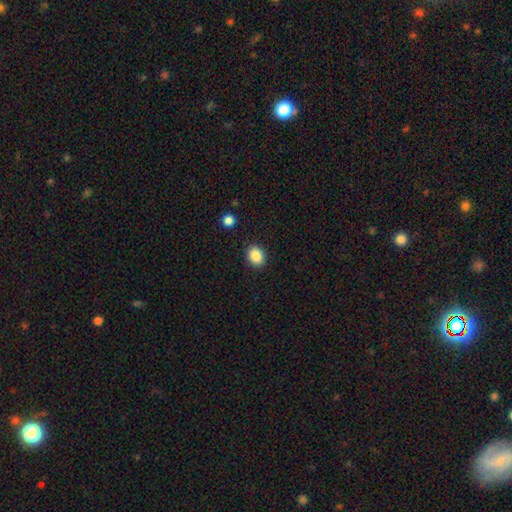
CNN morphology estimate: Q: Smooth or featured?
A: smooth (87%); runner-up: star or artifact (9%)
Q: How rounded?
A: in between (53%); runner-up: round (46%)
Q: Merging?
A: none (89%); runner-up: minor disturbance (7%)